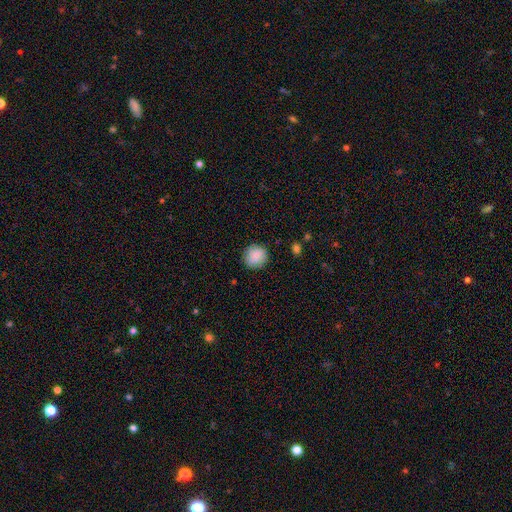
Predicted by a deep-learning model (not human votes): Smooth or featured? Predicted: smooth (p=0.86). How rounded? Predicted: round (p=0.90). Merging? Predicted: none (p=0.87).